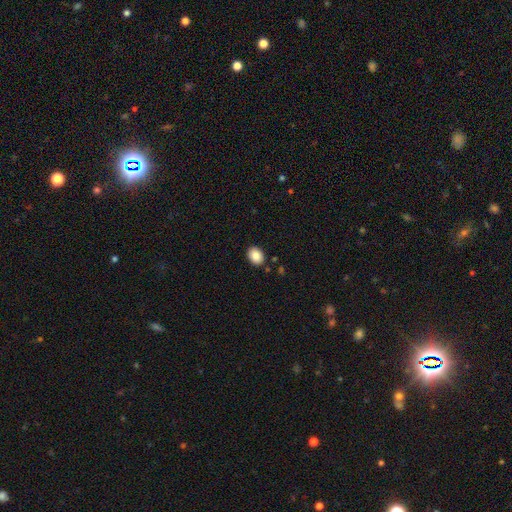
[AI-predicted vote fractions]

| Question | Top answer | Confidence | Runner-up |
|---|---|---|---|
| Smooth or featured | smooth | 86% | star or artifact (8%) |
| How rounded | in between | 66% | round (33%) |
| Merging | none | 89% | minor disturbance (8%) |